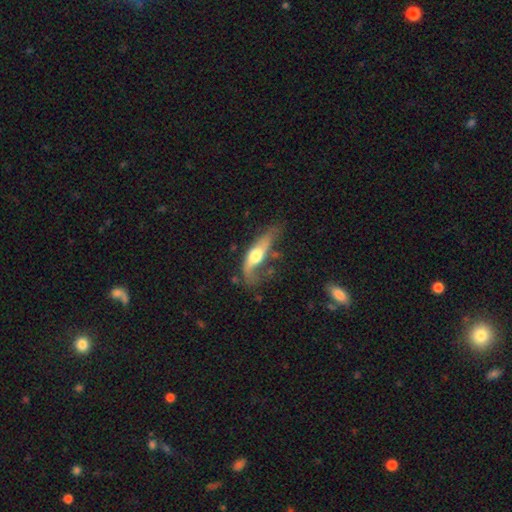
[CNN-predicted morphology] A featured or disk galaxy (54%).

Vote fractions:
- Smooth or featured? featured or disk: 54% / smooth: 40% / star or artifact: 6%
- Edge-on disk? no: 51% / yes: 49%
- Merging? none: 37% / minor disturbance: 29% / major disturbance: 28% / merger: 6%